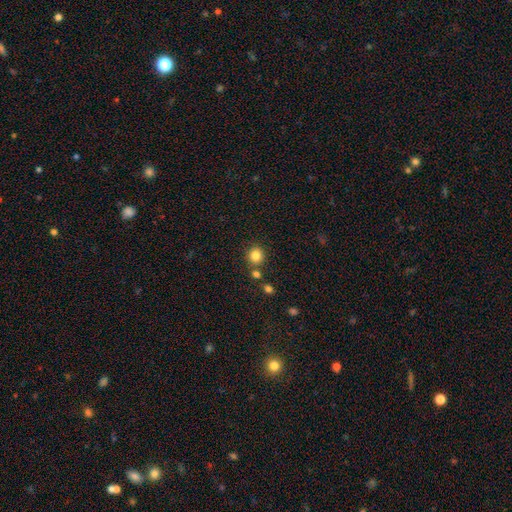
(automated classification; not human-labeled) A smooth galaxy with no disk features (84%) that is round (89%). Merging: none (79%).